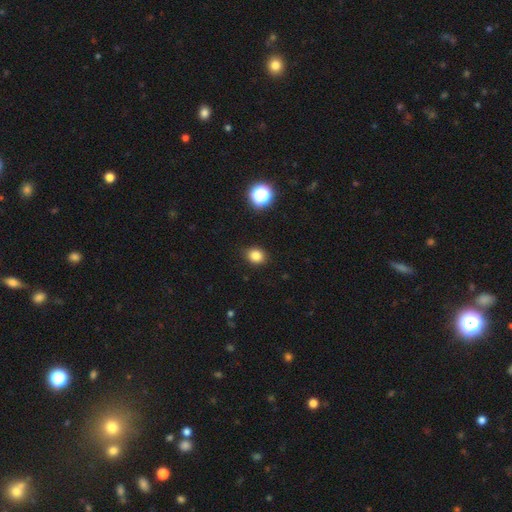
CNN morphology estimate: Smooth or featured?
  - smooth: 83% *
  - star or artifact: 13%
  - featured or disk: 4%
How rounded?
  - round: 62% *
  - in between: 37%
  - cigar-shaped: 1%
Merging?
  - none: 88% *
  - minor disturbance: 9%
  - major disturbance: 2%
  - merger: 1%